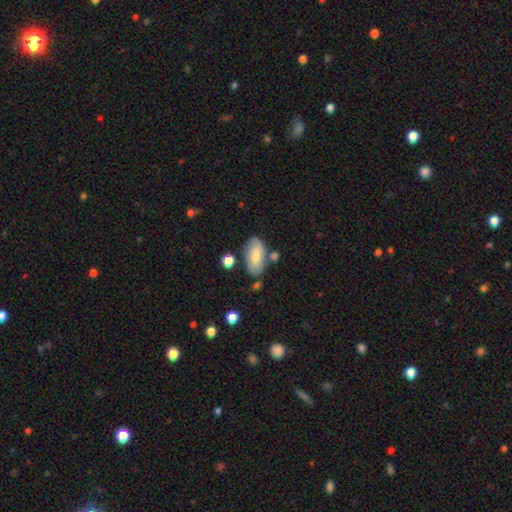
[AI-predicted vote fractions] Overall: smooth (60%; featured or disk 33%). How rounded: in between (91%). Merging: none (67%).